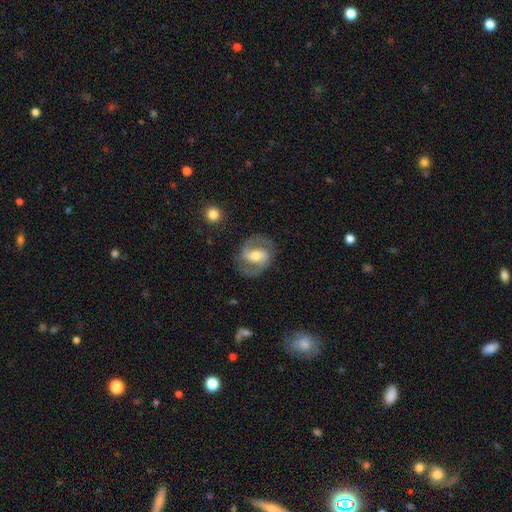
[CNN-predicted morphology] This is clearly a featured or disk galaxy (84%). It is clearly not viewed edge-on (97%). Bar: marginally weak (42%). Spiral arm pattern: clearly yes (93%). Spiral arm count: clearly 2 (92%). Spiral winding: possibly medium (58%). Central bulge: likely moderate (66%). Merging: clearly none (82%).